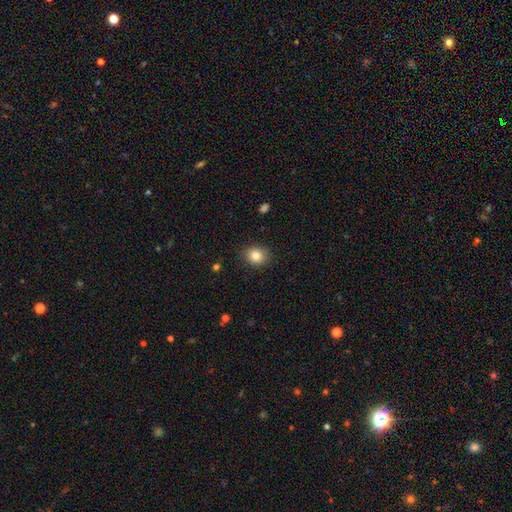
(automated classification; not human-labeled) This appears to be a smooth galaxy with no disk features (83%) that is round (64%). Merging: none (89%).